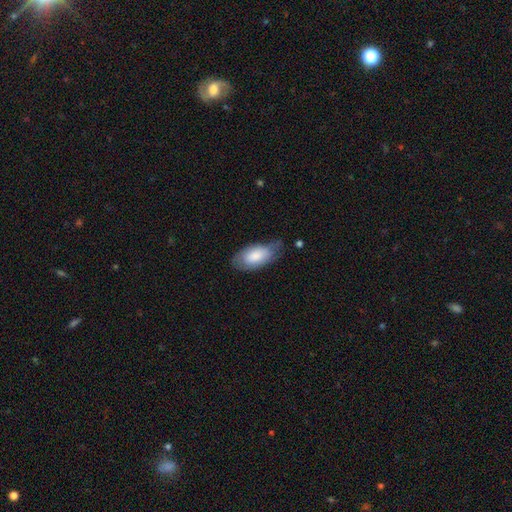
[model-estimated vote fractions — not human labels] Morphology: type=smooth (78%); roundness=in between (93%); merging=none (52%).